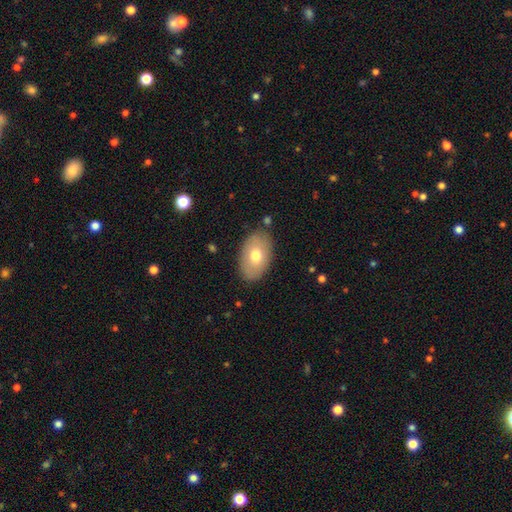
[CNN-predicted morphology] Overall: smooth (69%). How rounded: in between (90%). Merging: none (82%).